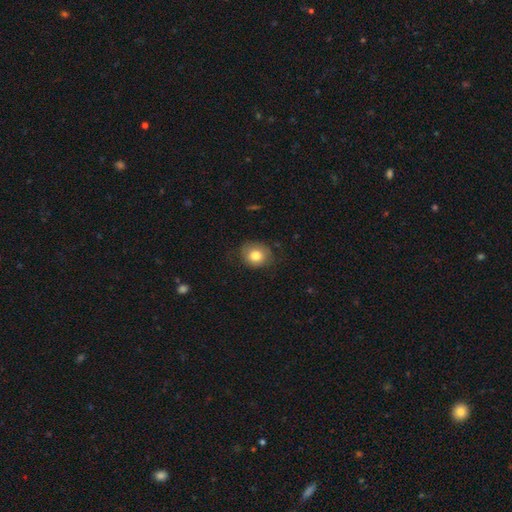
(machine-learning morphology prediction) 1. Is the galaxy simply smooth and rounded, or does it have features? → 79% smooth, 12% featured or disk, 9% star or artifact.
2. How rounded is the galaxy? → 69% round, 30% in between, 1% cigar-shaped.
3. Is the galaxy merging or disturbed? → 74% none, 19% minor disturbance, 5% major disturbance, 1% merger.